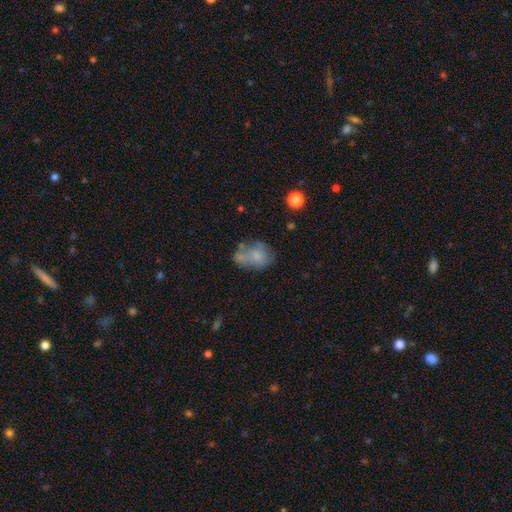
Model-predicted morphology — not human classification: This appears to be a smooth galaxy with no disk features (60%) that is in between round and cigar-shaped (67%). Merging: none (38%).